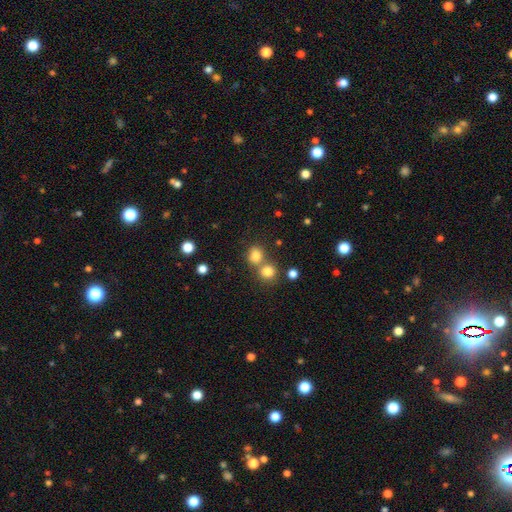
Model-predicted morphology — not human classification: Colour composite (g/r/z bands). It shows a smooth galaxy with no disk features (80%) that is round (70%). Merging: none (49%).